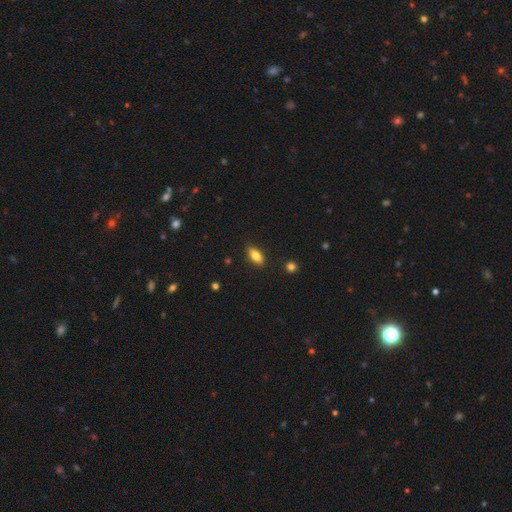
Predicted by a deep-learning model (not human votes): This is likely a smooth galaxy (78%). How rounded: clearly in between (86%). Merging: clearly none (88%).